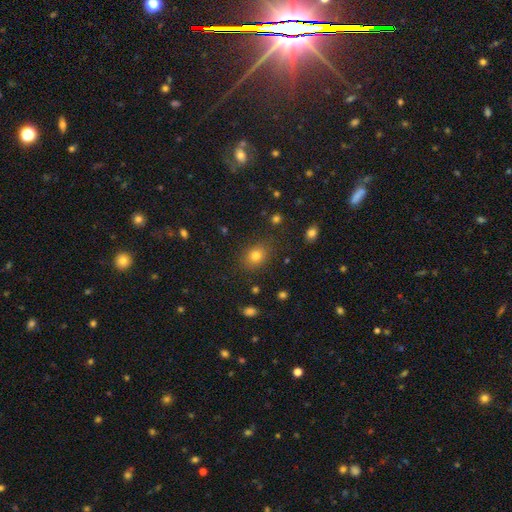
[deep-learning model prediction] This is likely a smooth galaxy (79%). How rounded: possibly round (50%). Merging: clearly none (84%).